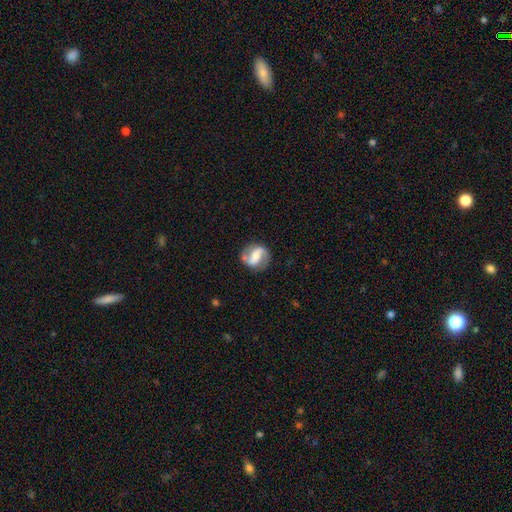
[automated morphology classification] Smooth or featured? Predicted: featured or disk (p=0.74). Edge-on disk? Predicted: no (p=0.97). Bar? Predicted: strong (p=0.52). Spiral arms? Predicted: yes (p=0.87). Spiral winding? Predicted: medium (p=0.41). Spiral arm count? Predicted: 2 (p=0.89). Bulge size? Predicted: moderate (p=0.44). Merging? Predicted: none (p=0.77).